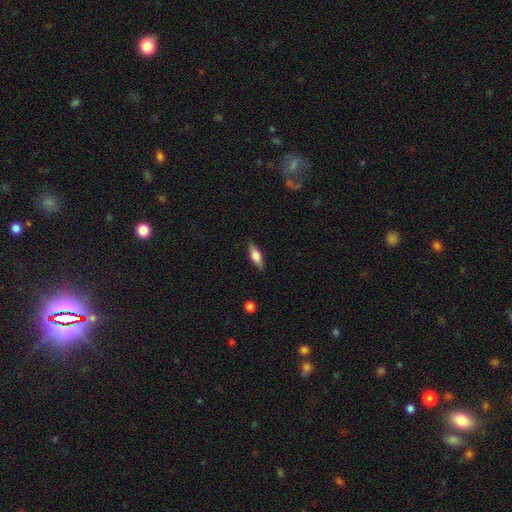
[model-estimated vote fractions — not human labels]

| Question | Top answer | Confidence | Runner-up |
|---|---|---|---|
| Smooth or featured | smooth | 63% | featured or disk (31%) |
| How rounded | in between | 65% | cigar-shaped (33%) |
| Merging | none | 85% | minor disturbance (11%) |